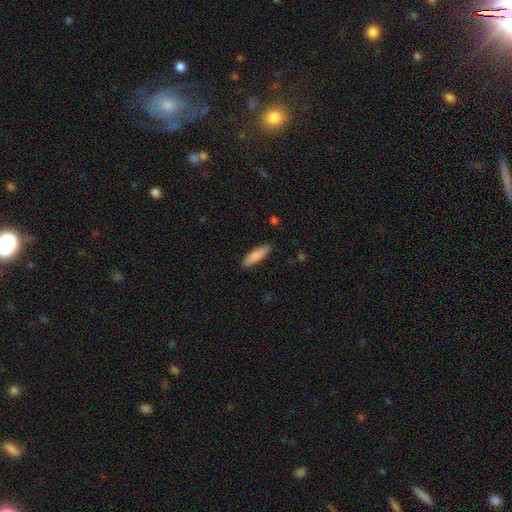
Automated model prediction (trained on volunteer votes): smooth-or-featured: smooth: 86% | featured or disk: 9% | star or artifact: 6%
  how-rounded: cigar-shaped: 65% | in between: 34% | round: 1%
  merging: none: 88% | minor disturbance: 9% | major disturbance: 2% | merger: 1%